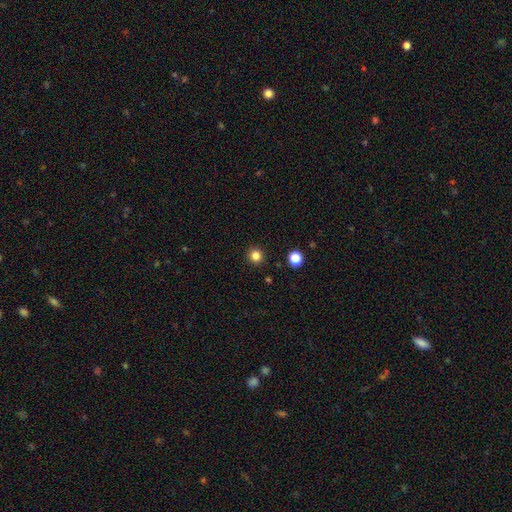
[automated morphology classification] The model was most divided on "smooth or featured": smooth: 83%, star or artifact: 13%, featured or disk: 4%. More confident: how rounded — round (94%); merging — none (92%).